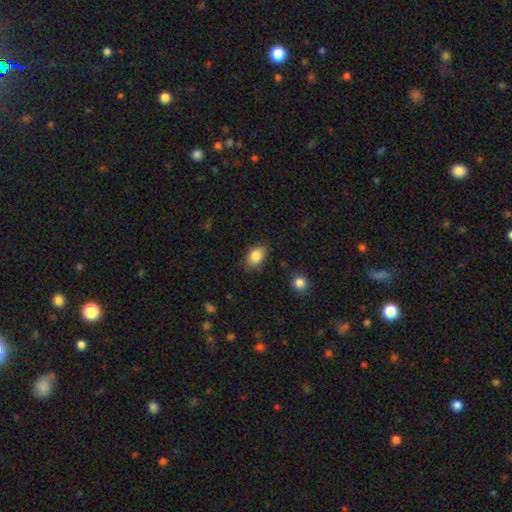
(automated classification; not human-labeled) A smooth galaxy with no disk features (85%) that is in between round and cigar-shaped (83%). Merging: none (82%).